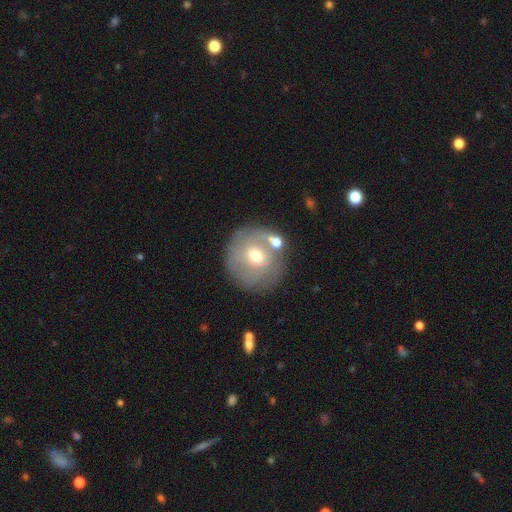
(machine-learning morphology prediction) This is possibly a smooth galaxy (46%). Merging: likely none (68%).